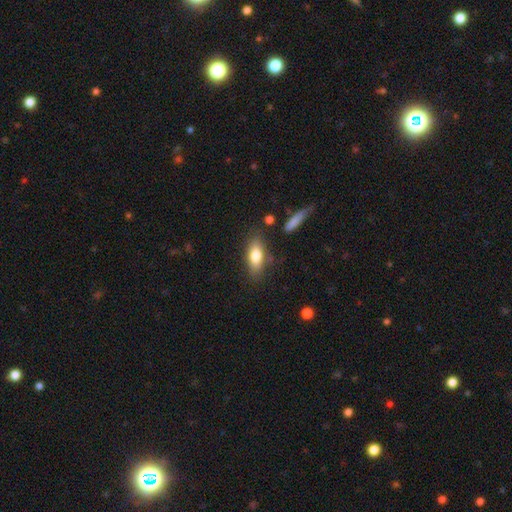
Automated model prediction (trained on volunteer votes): smooth-or-featured: smooth: 77% | featured or disk: 16% | star or artifact: 7%
  how-rounded: in between: 77% | cigar-shaped: 20% | round: 4%
  merging: none: 77% | minor disturbance: 15% | major disturbance: 4% | merger: 4%